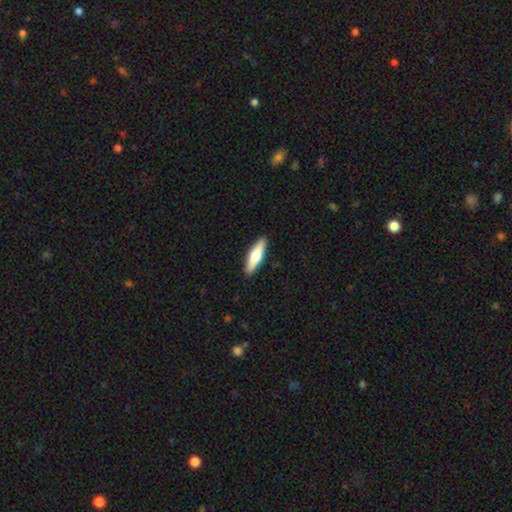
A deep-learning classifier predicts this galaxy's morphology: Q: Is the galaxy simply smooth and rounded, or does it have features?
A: smooth — 59%.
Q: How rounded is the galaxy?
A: cigar-shaped — 64%.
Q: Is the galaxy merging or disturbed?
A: none — 90%.